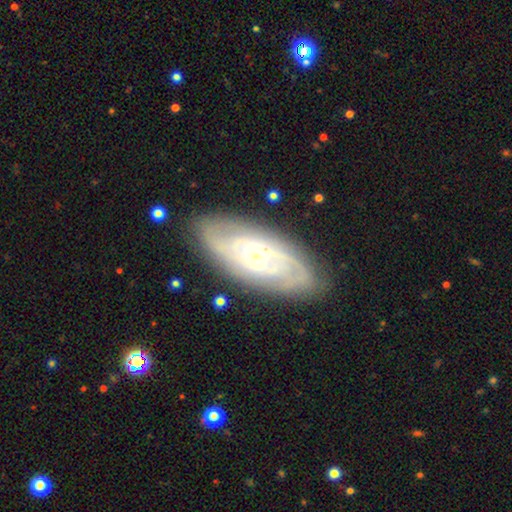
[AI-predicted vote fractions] Morphology: type=featured or disk (79%); edge-on=no (89%); bar=no (63%); spiral arms=yes (86%); winding=tight (67%); arm count=can't tell (45%); bulge=small (48%); merging=none (81%).